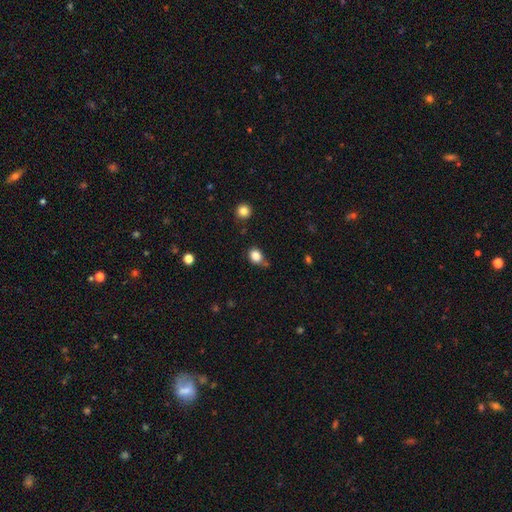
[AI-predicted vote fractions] Smooth or featured: smooth — 84% (star or artifact — 11%)
How rounded: round — 55% (in between — 44%)
Merging: none — 70% (minor disturbance — 18%)